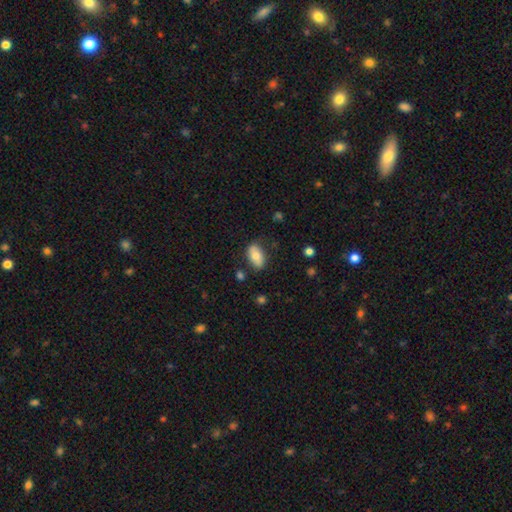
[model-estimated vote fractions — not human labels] smooth-or-featured: smooth: 73% | featured or disk: 20% | star or artifact: 7%
  how-rounded: in between: 90% | round: 6% | cigar-shaped: 5%
  merging: none: 77% | minor disturbance: 17% | major disturbance: 4% | merger: 3%